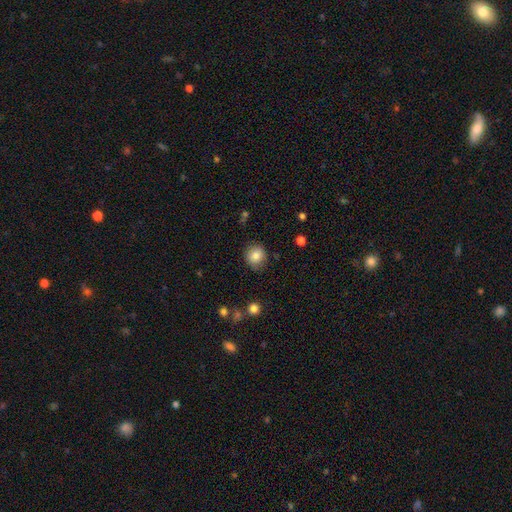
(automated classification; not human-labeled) Smooth or featured? Predicted: smooth (p=0.84). How rounded? Predicted: round (p=0.86). Merging? Predicted: none (p=0.83).